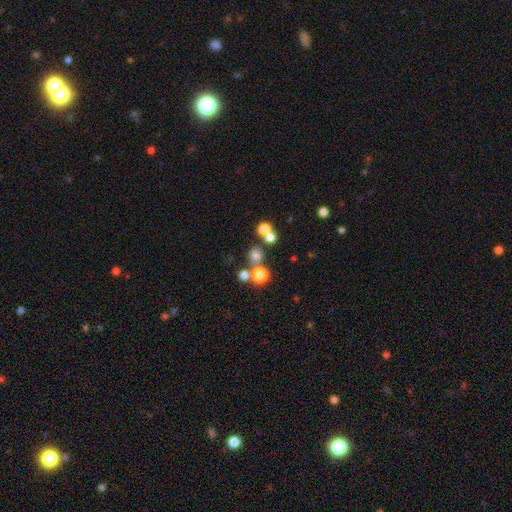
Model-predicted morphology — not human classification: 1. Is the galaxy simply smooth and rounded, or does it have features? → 67% smooth, 21% star or artifact, 12% featured or disk.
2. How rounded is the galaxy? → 87% round, 12% in between, 1% cigar-shaped.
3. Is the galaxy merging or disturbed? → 64% none, 24% merger, 8% minor disturbance, 4% major disturbance.